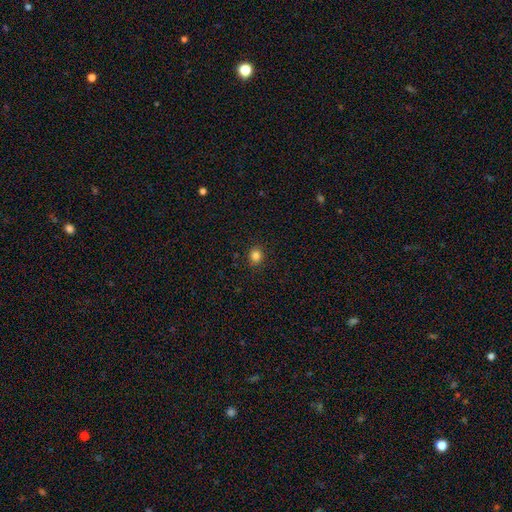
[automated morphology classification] This is clearly a smooth galaxy (84%). How rounded: likely round (68%). Merging: clearly none (89%).